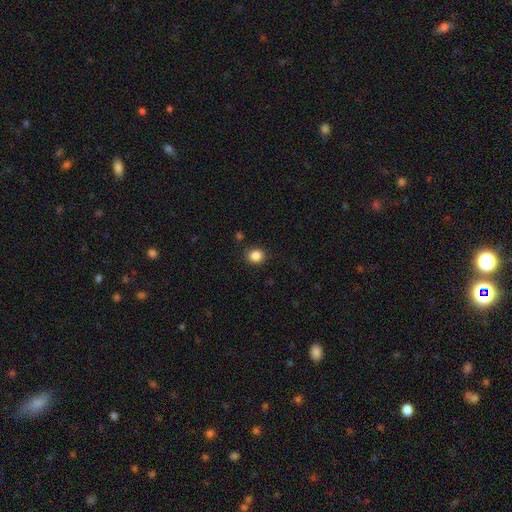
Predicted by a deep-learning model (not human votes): Smooth or featured? smooth (86%)
How rounded? round (83%)
Merging? none (87%)